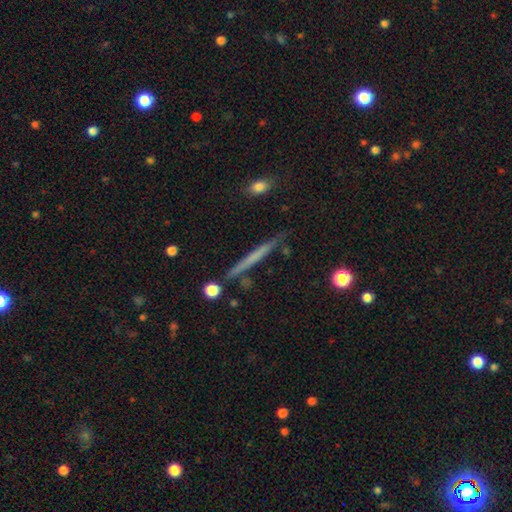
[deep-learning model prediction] Morphology: type=smooth (48%); merging=none (84%).